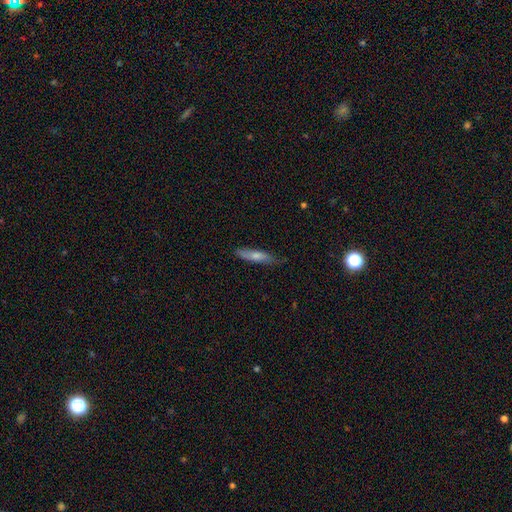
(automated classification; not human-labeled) The model was most divided on "smooth or featured": smooth: 68%, featured or disk: 26%, star or artifact: 6%. More confident: how rounded — cigar-shaped (79%); merging — none (76%).